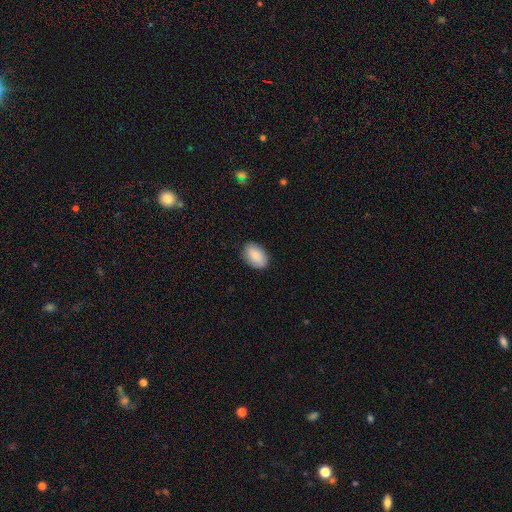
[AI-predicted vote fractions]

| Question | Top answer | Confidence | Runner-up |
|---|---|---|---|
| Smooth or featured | smooth | 86% | featured or disk (7%) |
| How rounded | in between | 88% | round (11%) |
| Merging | none | 87% | minor disturbance (10%) |